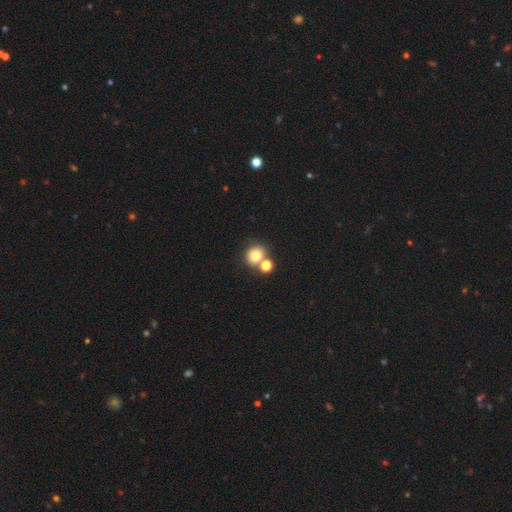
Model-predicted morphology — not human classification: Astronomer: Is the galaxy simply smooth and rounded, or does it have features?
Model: smooth — 78%.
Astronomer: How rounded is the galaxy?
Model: round — 80%.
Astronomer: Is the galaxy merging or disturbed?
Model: none — 54% (runner-up: merger, 34%).